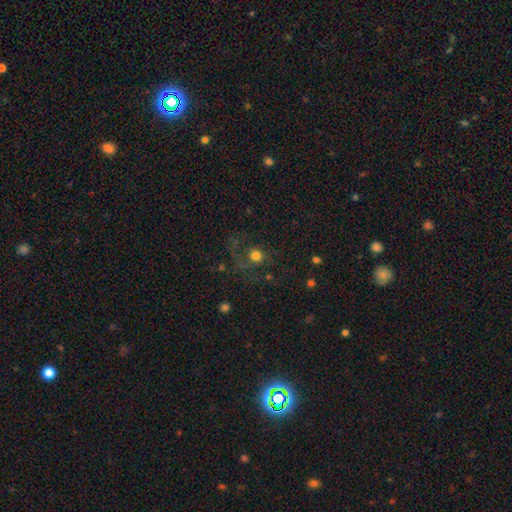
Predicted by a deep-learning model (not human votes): Smooth or featured?
  - smooth: 62% *
  - featured or disk: 20%
  - star or artifact: 18%
How rounded?
  - round: 87% *
  - in between: 12%
  - cigar-shaped: 1%
Merging?
  - none: 58% *
  - major disturbance: 23%
  - minor disturbance: 15%
  - merger: 4%